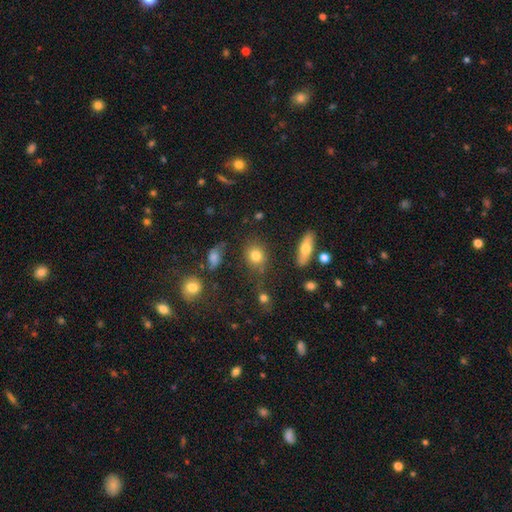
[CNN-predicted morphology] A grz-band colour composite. It shows a smooth galaxy with no disk features (79%) that is round (67%). Merging: none (71%).